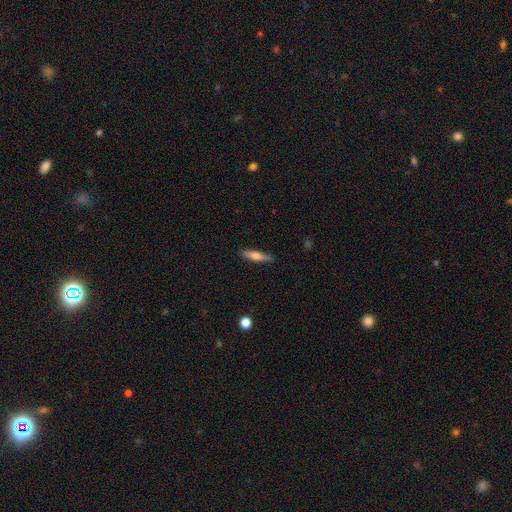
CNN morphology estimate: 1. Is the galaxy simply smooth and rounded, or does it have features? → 53% smooth, 41% featured or disk, 6% star or artifact.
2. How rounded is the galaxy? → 83% cigar-shaped, 16% in between, 2% round.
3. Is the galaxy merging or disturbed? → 87% none, 9% minor disturbance, 2% major disturbance, 1% merger.